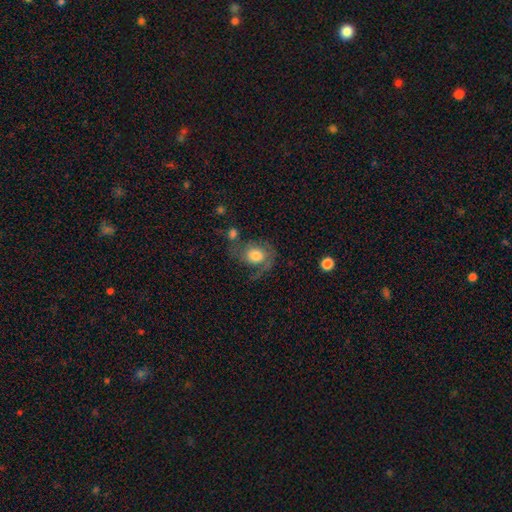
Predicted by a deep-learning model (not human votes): The model was most divided on "smooth or featured" (2-way tie): smooth: 46%, featured or disk: 46%, star or artifact: 8%. Remaining: merging — none (39%).